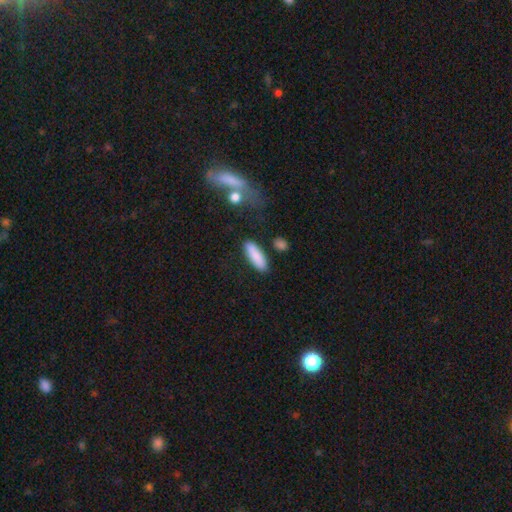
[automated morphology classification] This appears to be a smooth galaxy with no disk features (88%) that is cigar-shaped (49%, tied with in between). Merging: none (84%).